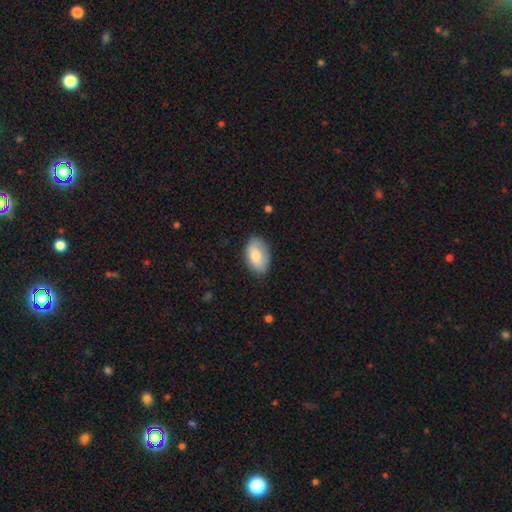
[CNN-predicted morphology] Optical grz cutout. It shows a smooth galaxy with no disk features (78%) that is in between round and cigar-shaped (93%). Merging: none (79%).